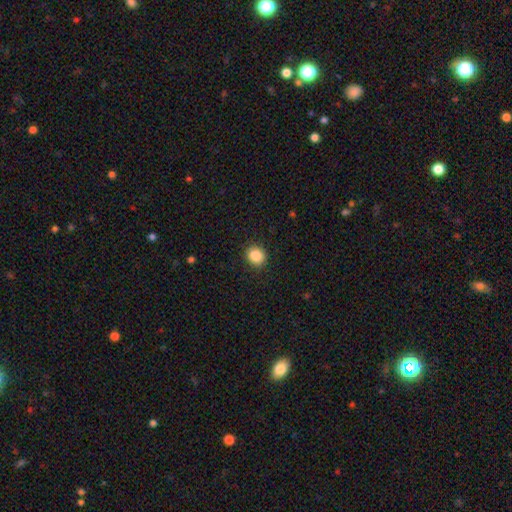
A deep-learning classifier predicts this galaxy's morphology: Smooth or featured?
  - smooth: 88% *
  - star or artifact: 9%
  - featured or disk: 3%
How rounded?
  - round: 79% *
  - in between: 21%
  - cigar-shaped: 1%
Merging?
  - none: 89% *
  - minor disturbance: 7%
  - major disturbance: 2%
  - merger: 1%